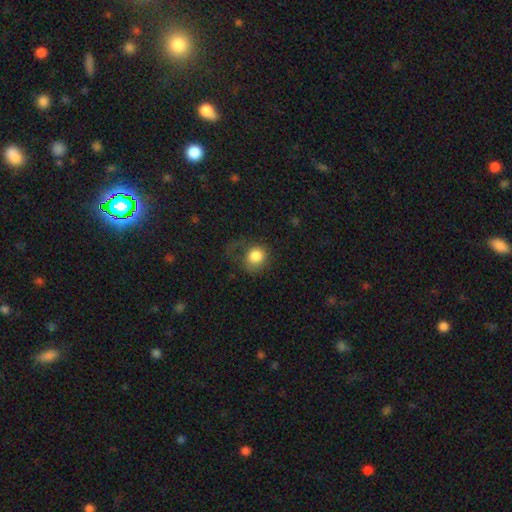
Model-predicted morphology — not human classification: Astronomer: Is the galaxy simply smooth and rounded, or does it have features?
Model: smooth — 82%.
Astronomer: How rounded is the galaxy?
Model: round — 79%.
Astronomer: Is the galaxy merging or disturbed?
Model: none — 44% (runner-up: major disturbance, 31%).